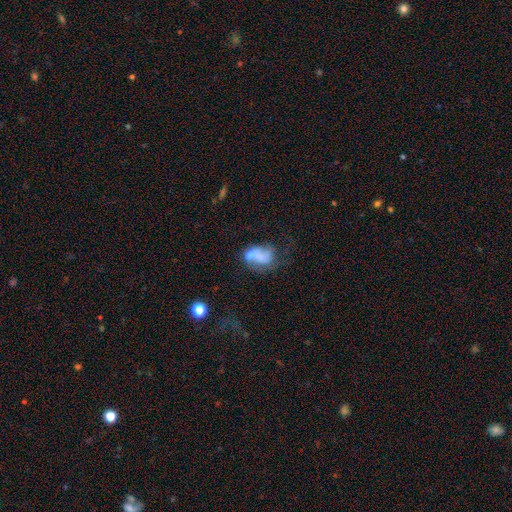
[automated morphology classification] A featured or disk galaxy (46%).

Vote fractions:
- Smooth or featured? featured or disk: 46% / smooth: 41% / star or artifact: 13%
- Merging? major disturbance: 36% / merger: 24% / none: 22% / minor disturbance: 18%